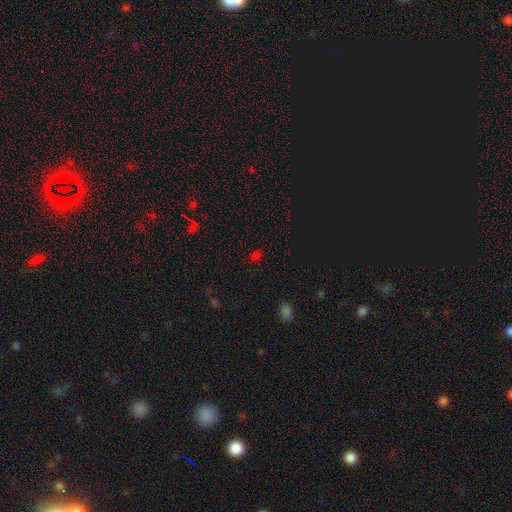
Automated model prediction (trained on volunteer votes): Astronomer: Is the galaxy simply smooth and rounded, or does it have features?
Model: star or artifact — 48% (runner-up: smooth, 46%).